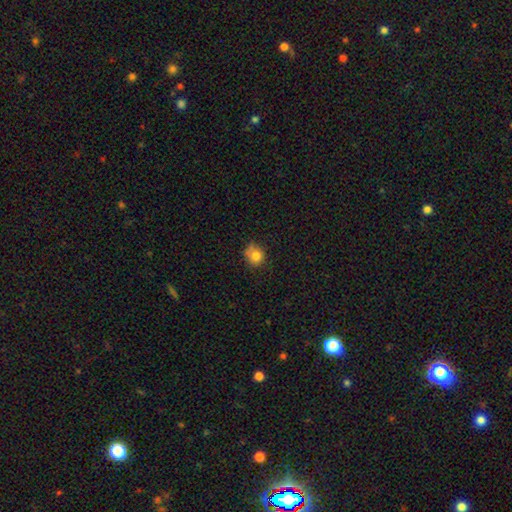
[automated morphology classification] The model was most divided on "merging": none: 57%, minor disturbance: 30%, major disturbance: 9%, merger: 4%. More confident: smooth or featured — smooth (81%); how rounded — round (79%).